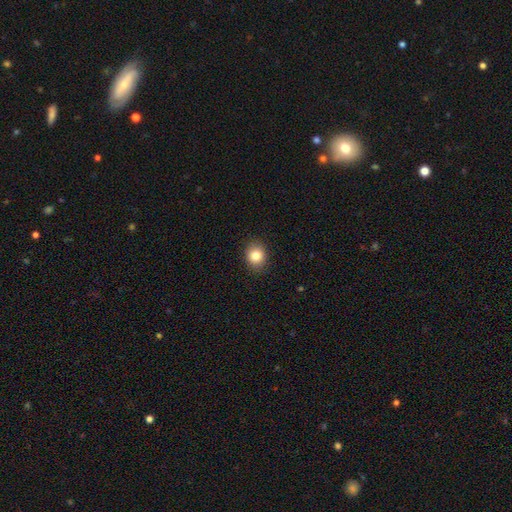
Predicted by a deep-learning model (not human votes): A smooth galaxy with no disk features (85%) that is round (66%).

Vote fractions:
- Smooth or featured? smooth: 85% / star or artifact: 9% / featured or disk: 6%
- How rounded? round: 66% / in between: 33% / cigar-shaped: 1%
- Merging? none: 89% / minor disturbance: 8% / major disturbance: 2% / merger: 1%